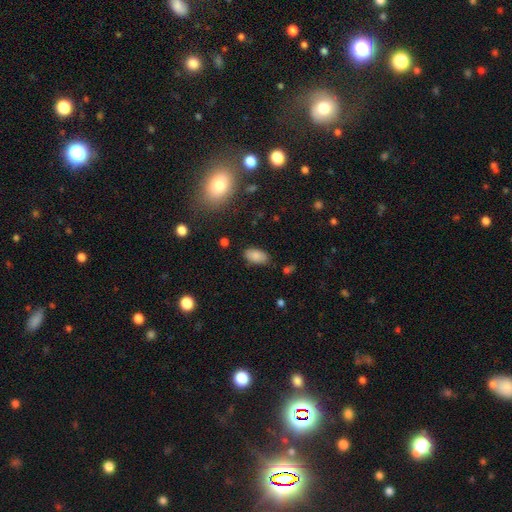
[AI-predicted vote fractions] The model was most divided on "merging": none: 84%, minor disturbance: 12%, major disturbance: 3%, merger: 2%. More confident: how rounded — in between (94%); smooth or featured — smooth (84%).